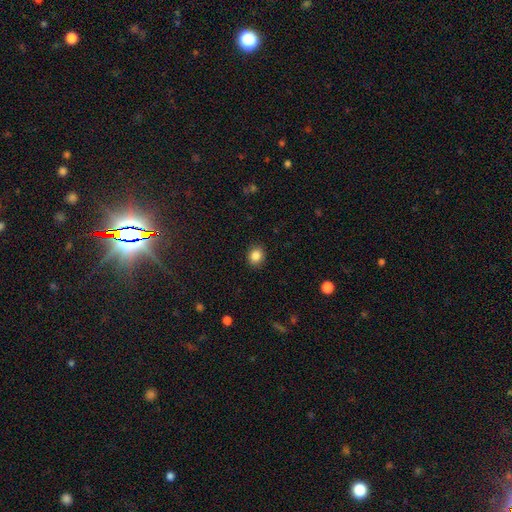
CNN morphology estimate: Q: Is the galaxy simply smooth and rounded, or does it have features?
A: smooth — 86%.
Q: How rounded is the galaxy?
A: round — 70%.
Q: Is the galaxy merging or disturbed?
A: none — 90%.